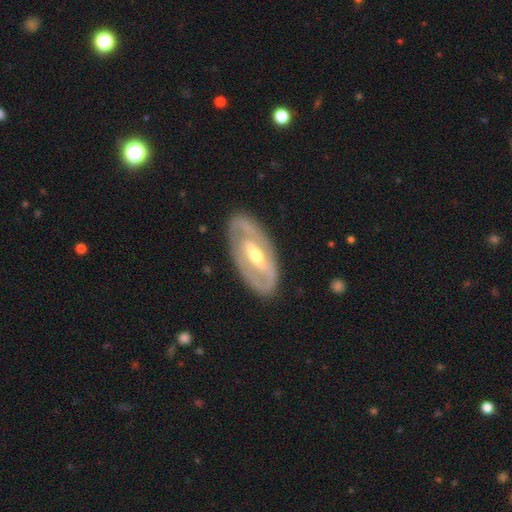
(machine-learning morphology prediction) A featured or disk galaxy (80%) with a strong bar (47%), spiral arms (62%) and a moderate central bulge (63%).

Vote fractions:
- Smooth or featured? featured or disk: 80% / smooth: 15% / star or artifact: 5%
- Edge-on disk? no: 90% / yes: 10%
- Bar? strong: 47% / weak: 33% / no: 20%
- Spiral arms? yes: 62% / no: 38%
- Bulge size? moderate: 63% / small: 31% / large: 5% / none: 1% / dominant: 1%
- Merging? none: 83% / minor disturbance: 12% / major disturbance: 4% / merger: 1%